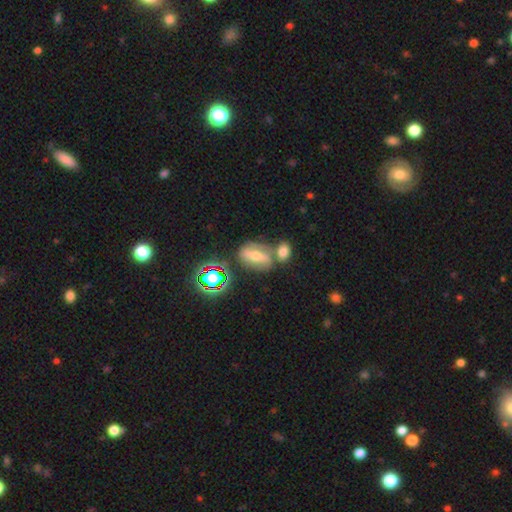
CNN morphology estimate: A featured or disk galaxy (42%).

Vote fractions:
- Smooth or featured? featured or disk: 42% / smooth: 36% / star or artifact: 22%
- Merging? none: 52% / merger: 29% / minor disturbance: 13% / major disturbance: 6%